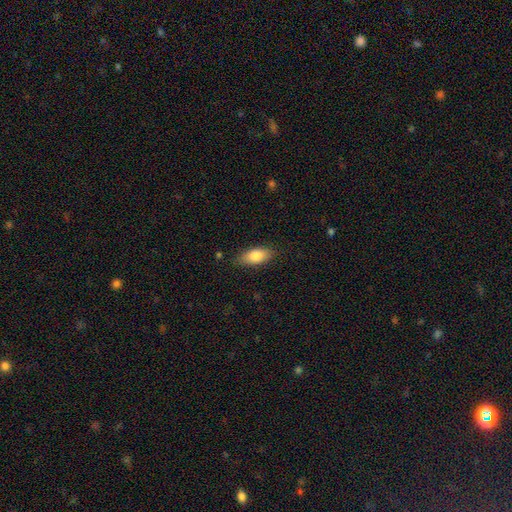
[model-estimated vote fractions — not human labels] Overall: smooth (82%). How rounded: in between (86%). Merging: none (84%).